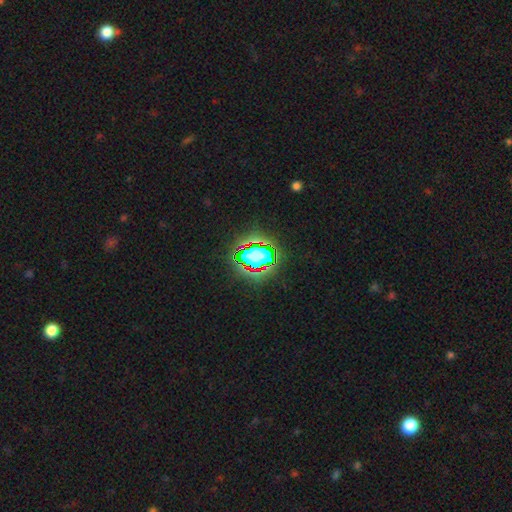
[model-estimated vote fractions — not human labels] This appears to be a star or artifact, not a galaxy (58%).